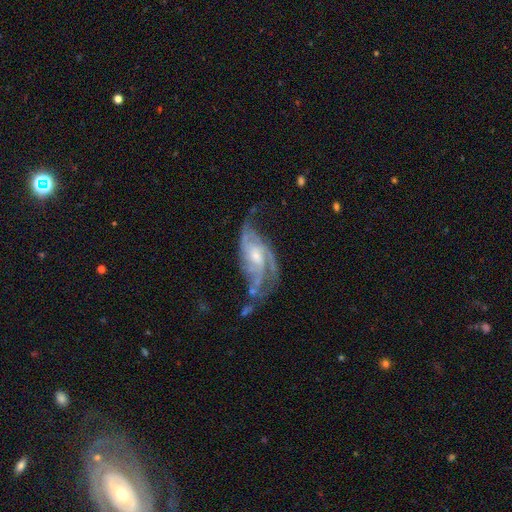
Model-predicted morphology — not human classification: The model was most divided on "spiral arm count": 3: 33%, 2: 25%, can't tell: 19%, 4: 13%, 1: 5%, more than 4: 5%. Remaining: edge-on disk — no (95%); spiral arms — yes (95%); smooth or featured — featured or disk (87%); bar — no (59%); bulge size — small (51%); merging — none (47%); spiral winding — medium (45%).